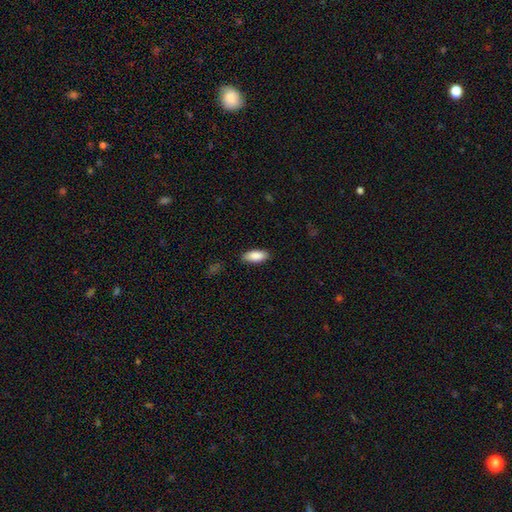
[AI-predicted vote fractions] smooth-or-featured: smooth: 89% | star or artifact: 6% | featured or disk: 5%
  how-rounded: in between: 85% | cigar-shaped: 13% | round: 2%
  merging: none: 86% | minor disturbance: 11% | major disturbance: 2% | merger: 1%